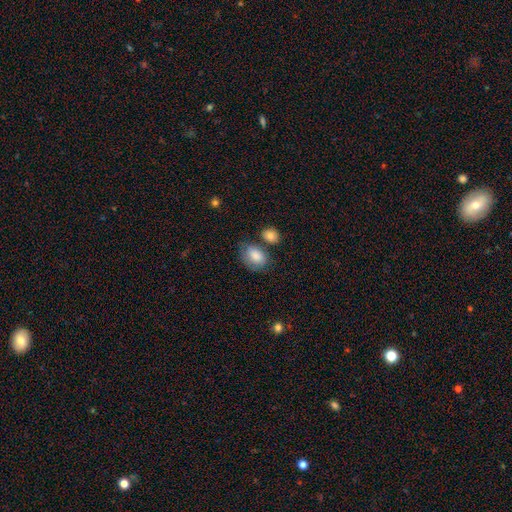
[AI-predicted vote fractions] This appears to be a smooth galaxy with no disk features (82%) that is in between round and cigar-shaped (78%). Merging: none (53%).